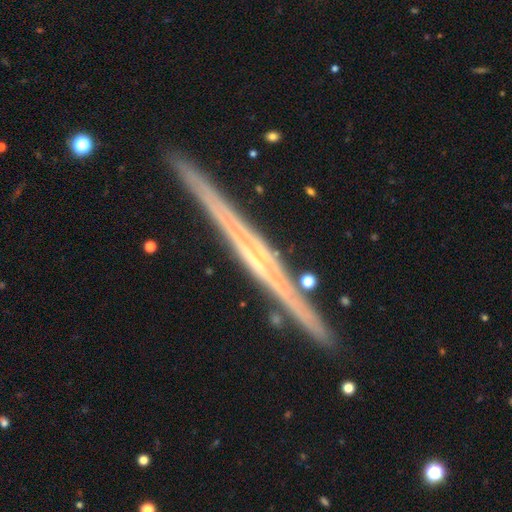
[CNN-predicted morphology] The model was most divided on "edge-on bulge": none: 53%, rounded: 31%, boxy: 16%. More confident: edge-on disk — yes (98%); merging — none (91%); smooth or featured — featured or disk (83%).